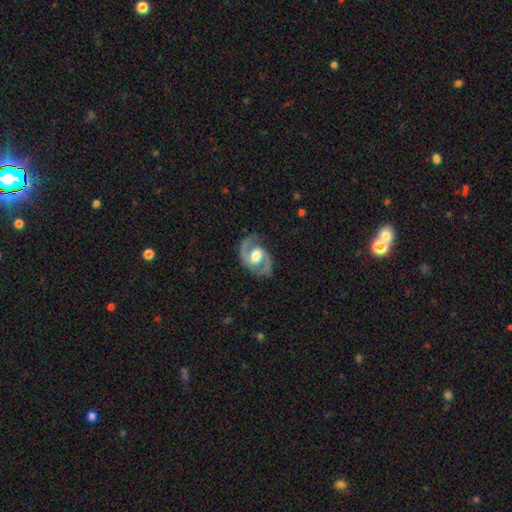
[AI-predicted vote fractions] Q: Smooth or featured?
A: featured or disk (88%); runner-up: smooth (7%)
Q: Edge-on disk?
A: no (97%); runner-up: yes (3%)
Q: Bar?
A: weak (47%); runner-up: no (33%)
Q: Spiral arms?
A: yes (96%); runner-up: no (4%)
Q: Spiral winding?
A: medium (62%); runner-up: loose (20%)
Q: Spiral arm count?
A: 2 (93%); runner-up: can't tell (2%)
Q: Bulge size?
A: moderate (59%); runner-up: large (28%)
Q: Merging?
A: none (81%); runner-up: minor disturbance (13%)